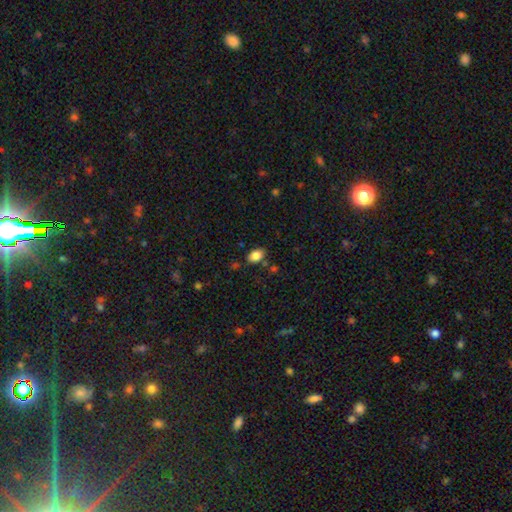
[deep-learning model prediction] Smooth or featured? smooth (84%)
How rounded? in between (84%)
Merging? none (79%)